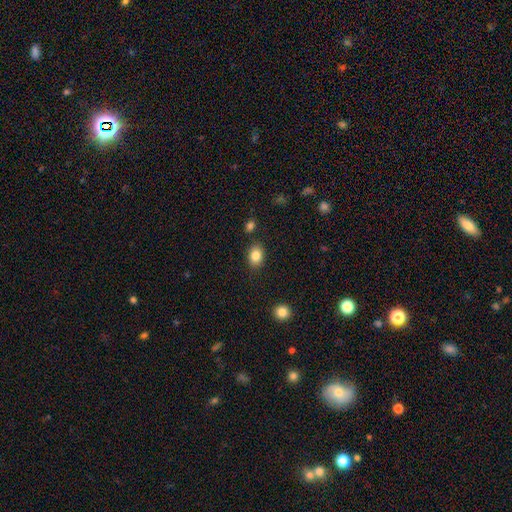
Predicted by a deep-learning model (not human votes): Q: Smooth or featured?
A: smooth (84%); runner-up: star or artifact (9%)
Q: How rounded?
A: in between (71%); runner-up: round (27%)
Q: Merging?
A: none (84%); runner-up: minor disturbance (10%)